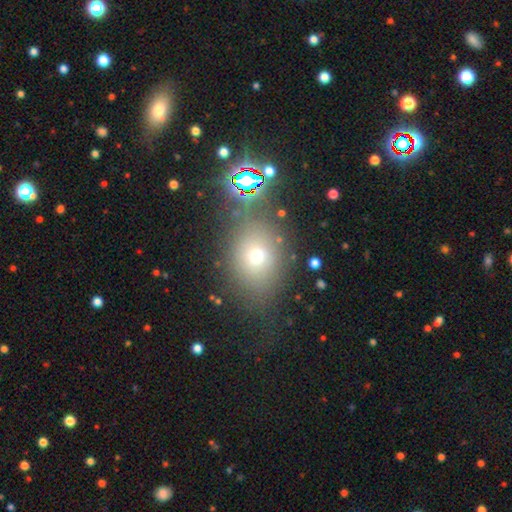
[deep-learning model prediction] smooth_or_featured: smooth (p=0.66) [alt: star or artifact p=0.20]
how_rounded: in between (p=0.54) [alt: round p=0.45]
merging: none (p=0.69) [alt: minor disturbance p=0.14]